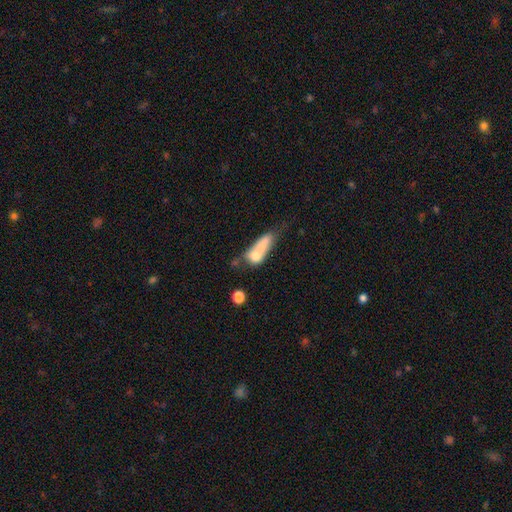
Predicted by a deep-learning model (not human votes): A smooth galaxy with no disk features (63%) that is in between round and cigar-shaped (58%).

Vote fractions:
- Smooth or featured? smooth: 63% / featured or disk: 26% / star or artifact: 11%
- How rounded? in between: 58% / cigar-shaped: 32% / round: 11%
- Merging? merger: 38% / major disturbance: 26% / none: 19% / minor disturbance: 17%